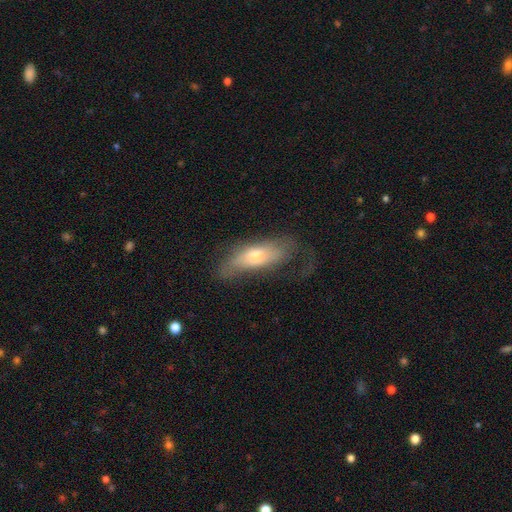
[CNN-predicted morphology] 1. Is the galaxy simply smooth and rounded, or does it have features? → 53% smooth, 39% featured or disk, 7% star or artifact.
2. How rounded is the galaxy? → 62% in between, 36% cigar-shaped, 3% round.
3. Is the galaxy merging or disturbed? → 38% none, 33% major disturbance, 27% minor disturbance, 2% merger.